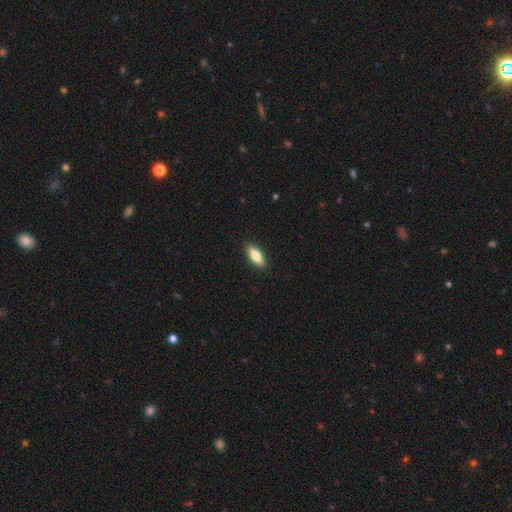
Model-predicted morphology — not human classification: This appears to be a smooth galaxy with no disk features (77%) that is in between round and cigar-shaped (71%). Merging: none (89%).